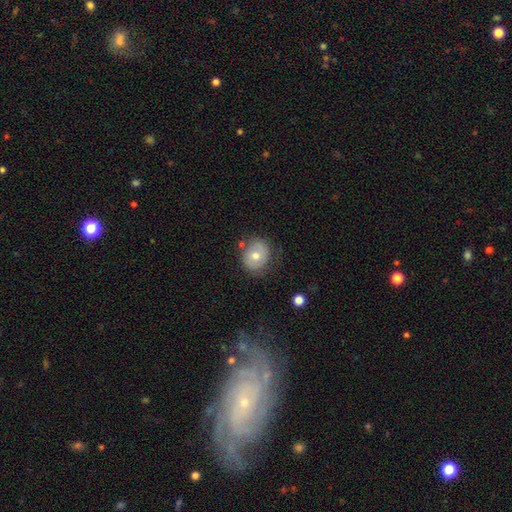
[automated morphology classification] Smooth or featured? smooth (63%)
How rounded? round (69%)
Merging? none (71%)